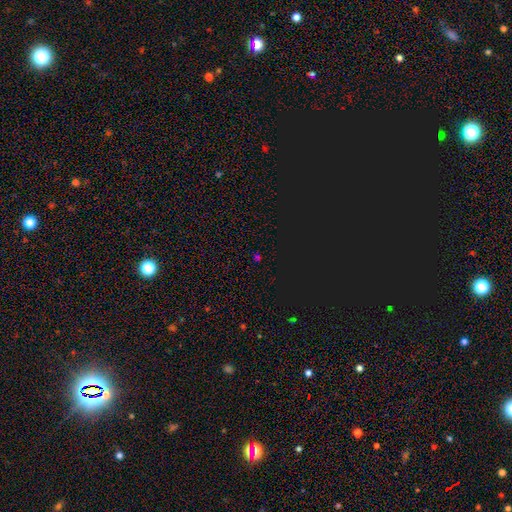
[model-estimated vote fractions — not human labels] A star or artifact, not a galaxy (67%).